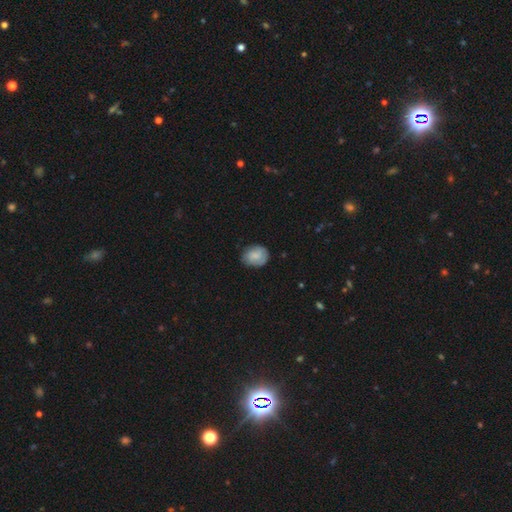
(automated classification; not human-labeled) This is likely a smooth galaxy (71%). How rounded: likely round (61%). Merging: likely none (74%).